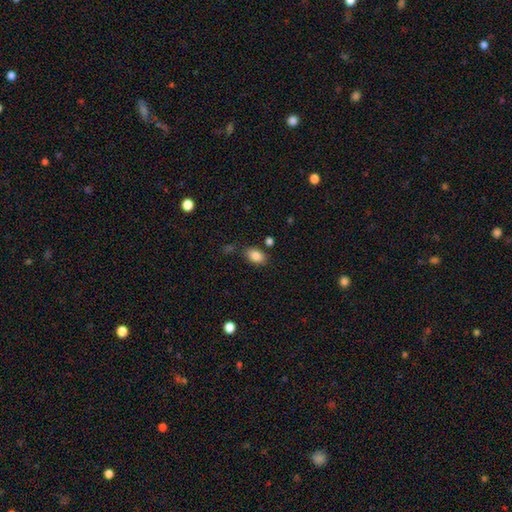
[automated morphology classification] A smooth galaxy with no disk features (86%) that is in between round and cigar-shaped (87%).

Vote fractions:
- Smooth or featured? smooth: 86% / star or artifact: 8% / featured or disk: 6%
- How rounded? in between: 87% / round: 11% / cigar-shaped: 1%
- Merging? none: 78% / minor disturbance: 13% / merger: 5% / major disturbance: 4%